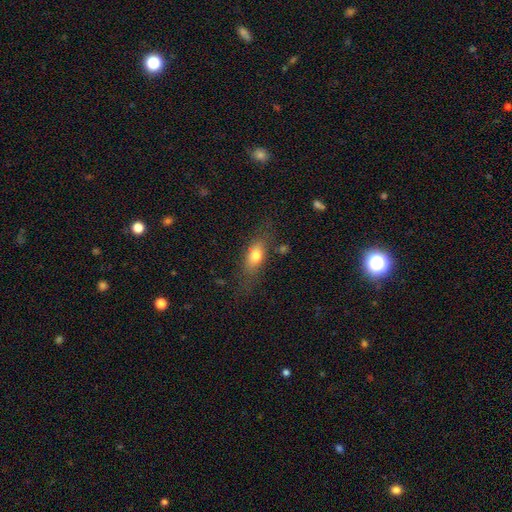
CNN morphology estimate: smooth_or_featured: smooth (p=0.70) [alt: featured or disk p=0.21]
how_rounded: in between (p=0.72) [alt: cigar-shaped p=0.20]
merging: none (p=0.69) [alt: minor disturbance p=0.19]